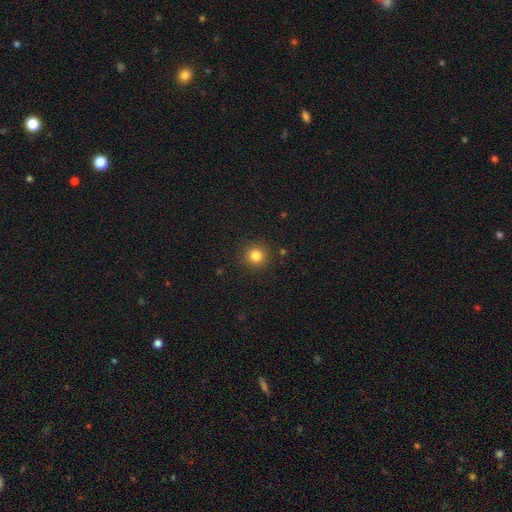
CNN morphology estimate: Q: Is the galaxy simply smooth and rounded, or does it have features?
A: smooth — 83%.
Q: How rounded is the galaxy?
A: round — 93%.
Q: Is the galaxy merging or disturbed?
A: none — 90%.